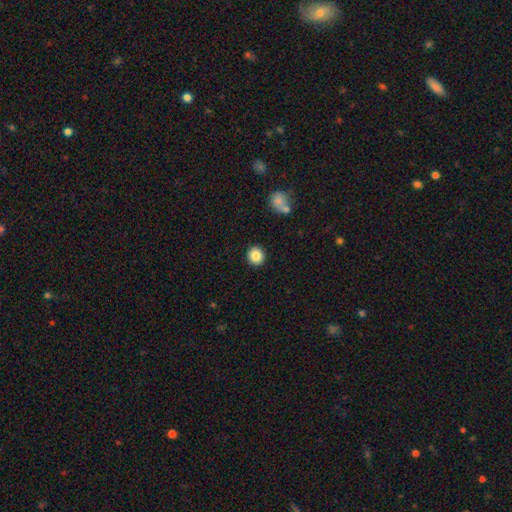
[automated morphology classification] A smooth galaxy with no disk features (85%) that is round (91%). Merging: none (92%).